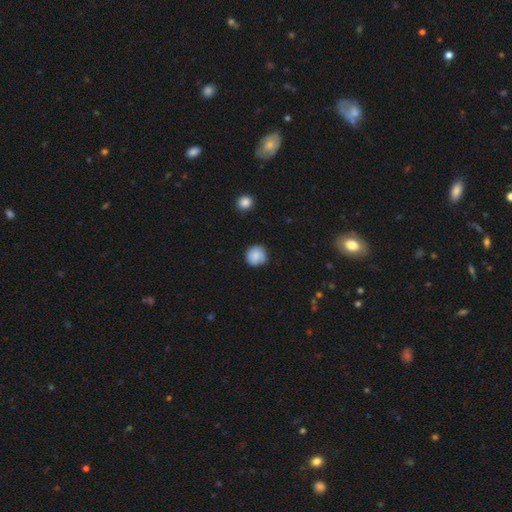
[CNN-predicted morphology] smooth_or_featured: smooth (p=0.84) [alt: featured or disk p=0.08]
how_rounded: round (p=0.92) [alt: in between p=0.07]
merging: none (p=0.79) [alt: minor disturbance p=0.17]